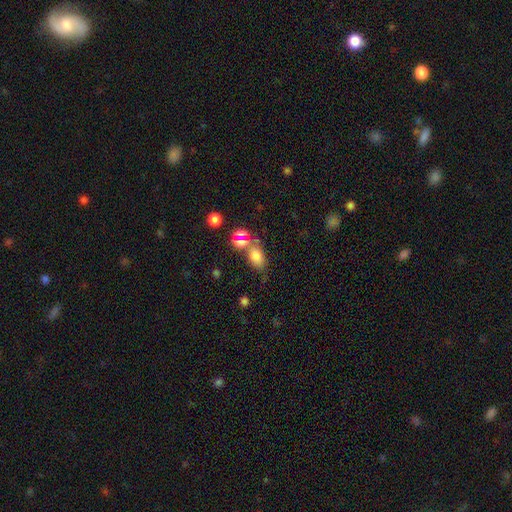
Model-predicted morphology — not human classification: smooth 72%, star or artifact 18%, featured or disk 10%. Down the decision tree: how rounded — in between (79%); merging — none (55%).